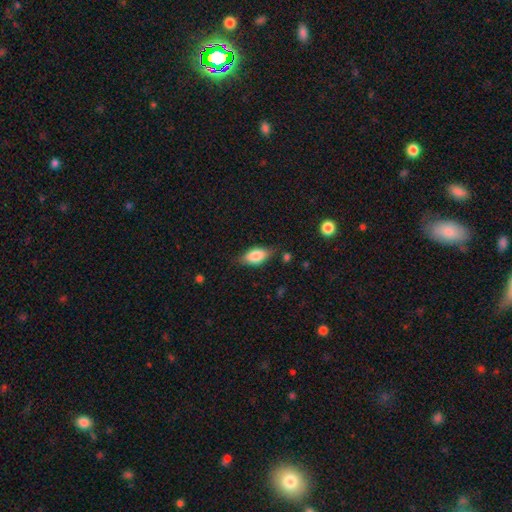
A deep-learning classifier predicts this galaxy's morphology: Smooth or featured?
  - smooth: 76% *
  - featured or disk: 17%
  - star or artifact: 7%
How rounded?
  - in between: 87% *
  - cigar-shaped: 8%
  - round: 5%
Merging?
  - none: 73% *
  - minor disturbance: 20%
  - major disturbance: 5%
  - merger: 2%